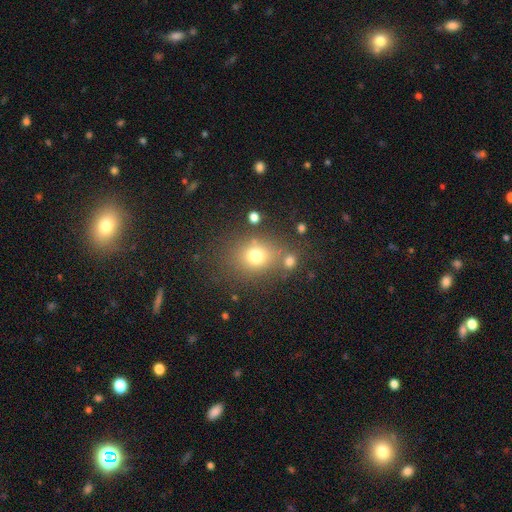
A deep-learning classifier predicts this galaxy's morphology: smooth 73%, star or artifact 15%, featured or disk 11%. Down the decision tree: how rounded — round (60%); merging — none (67%).